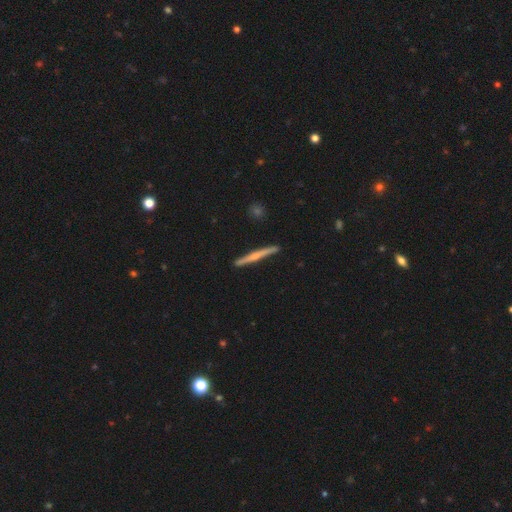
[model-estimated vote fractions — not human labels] Morphology: type=featured or disk (53%); edge-on=yes (97%); edge-on bulge=none (51%); merging=none (89%).